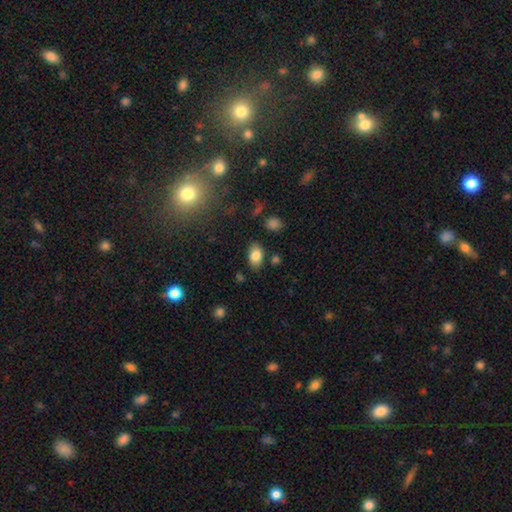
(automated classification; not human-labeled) A smooth galaxy with no disk features (83%) that is in between round and cigar-shaped (88%).

Vote fractions:
- Smooth or featured? smooth: 83% / star or artifact: 8% / featured or disk: 8%
- How rounded? in between: 88% / round: 11% / cigar-shaped: 1%
- Merging? none: 82% / minor disturbance: 12% / merger: 3% / major disturbance: 3%